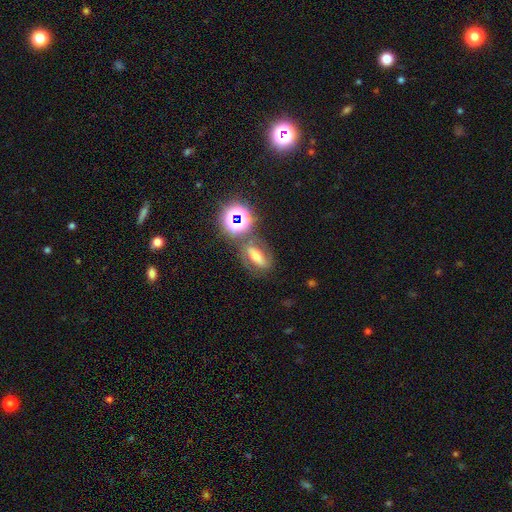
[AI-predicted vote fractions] smooth_or_featured: smooth (p=0.42) [alt: featured or disk p=0.30]
merging: none (p=0.63) [alt: minor disturbance p=0.15]